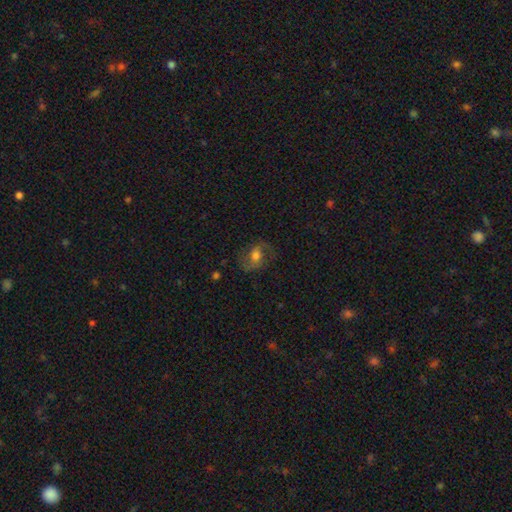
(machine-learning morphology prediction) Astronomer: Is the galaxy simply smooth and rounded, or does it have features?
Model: featured or disk — 53% (runner-up: smooth, 37%).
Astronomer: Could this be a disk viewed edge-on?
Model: no — 96%.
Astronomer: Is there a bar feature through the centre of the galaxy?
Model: no — 54% (runner-up: weak, 35%).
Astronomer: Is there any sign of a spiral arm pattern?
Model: yes — 78%.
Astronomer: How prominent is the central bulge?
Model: moderate — 62%.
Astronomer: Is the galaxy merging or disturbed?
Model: none — 67%.